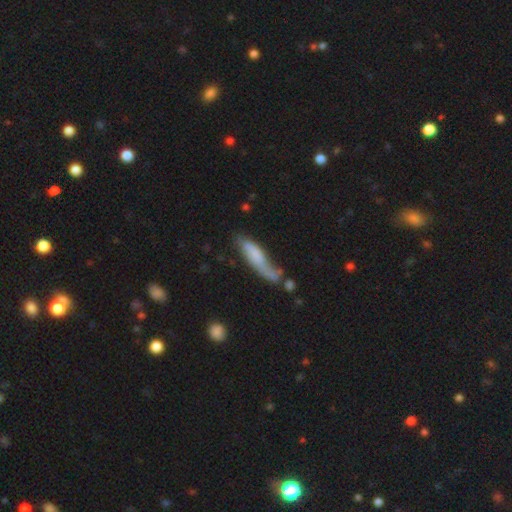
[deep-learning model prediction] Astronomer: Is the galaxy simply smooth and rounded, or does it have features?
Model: smooth — 60%.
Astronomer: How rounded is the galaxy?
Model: cigar-shaped — 69%.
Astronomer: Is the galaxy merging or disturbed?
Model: none — 36% (runner-up: minor disturbance, 28%).